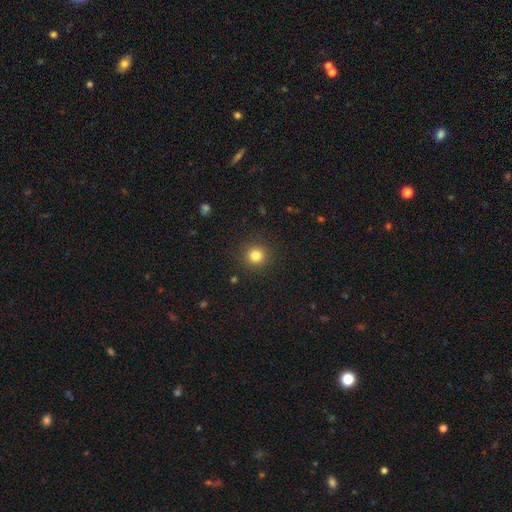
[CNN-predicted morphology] A smooth galaxy with no disk features (82%) that is round (94%).

Vote fractions:
- Smooth or featured? smooth: 82% / star or artifact: 12% / featured or disk: 5%
- How rounded? round: 94% / in between: 5% / cigar-shaped: 1%
- Merging? none: 91% / minor disturbance: 5% / major disturbance: 2% / merger: 1%